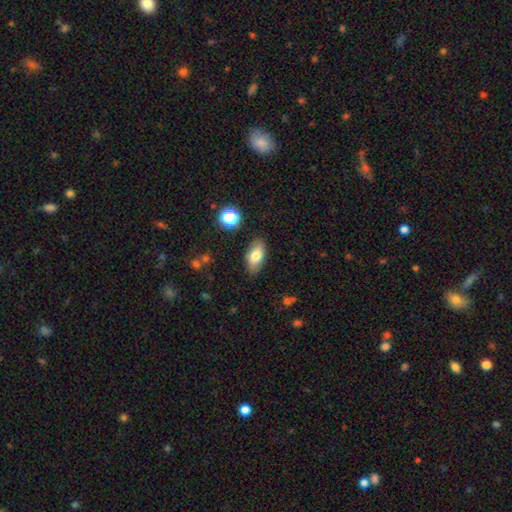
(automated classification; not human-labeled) smooth-or-featured: smooth: 76% | featured or disk: 16% | star or artifact: 8%
  how-rounded: in between: 88% | cigar-shaped: 8% | round: 4%
  merging: none: 85% | minor disturbance: 11% | major disturbance: 2% | merger: 2%